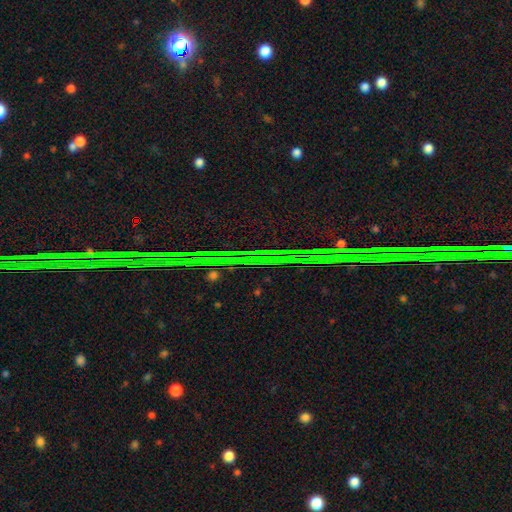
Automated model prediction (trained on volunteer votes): smooth_or_featured: star or artifact (p=0.85) [alt: featured or disk p=0.09]